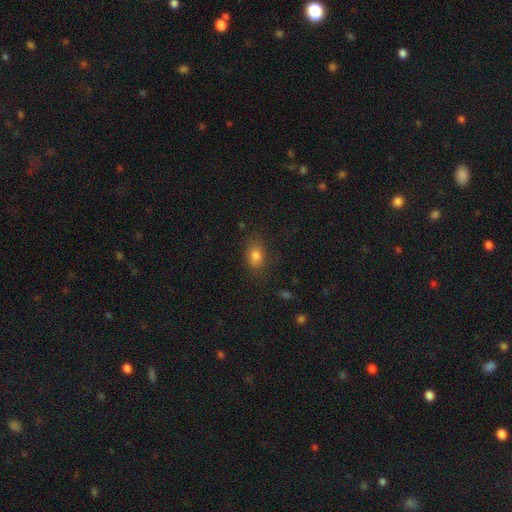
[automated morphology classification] smooth-or-featured: smooth: 80% | star or artifact: 12% | featured or disk: 8%
  how-rounded: in between: 78% | round: 19% | cigar-shaped: 3%
  merging: none: 78% | minor disturbance: 16% | major disturbance: 5% | merger: 1%